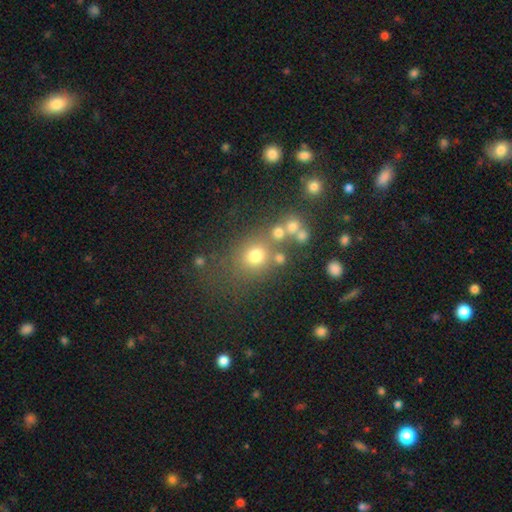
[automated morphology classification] This appears to be a smooth galaxy with no disk features (69%) that is round (76%). Merging: none (62%).